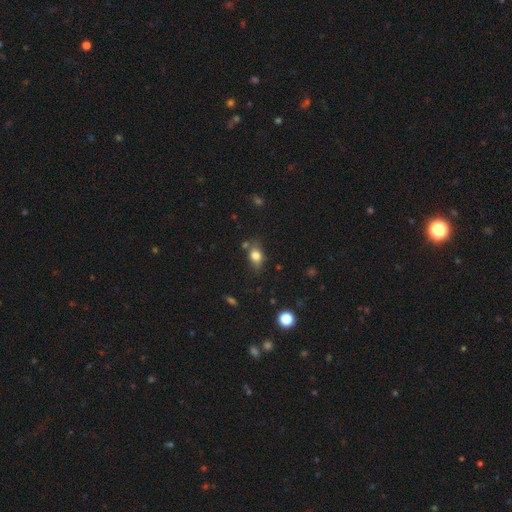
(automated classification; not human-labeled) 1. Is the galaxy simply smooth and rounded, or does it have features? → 78% smooth, 12% featured or disk, 10% star or artifact.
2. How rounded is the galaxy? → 71% in between, 25% round, 4% cigar-shaped.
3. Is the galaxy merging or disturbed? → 70% none, 19% minor disturbance, 7% merger, 4% major disturbance.